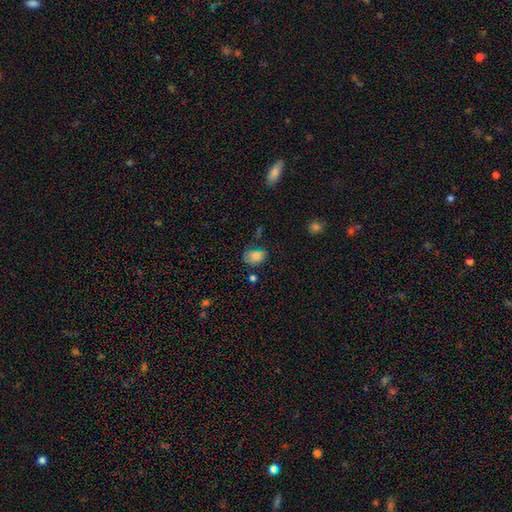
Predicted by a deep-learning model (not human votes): Morphology: type=smooth (75%); roundness=in between (61%); merging=none (59%).